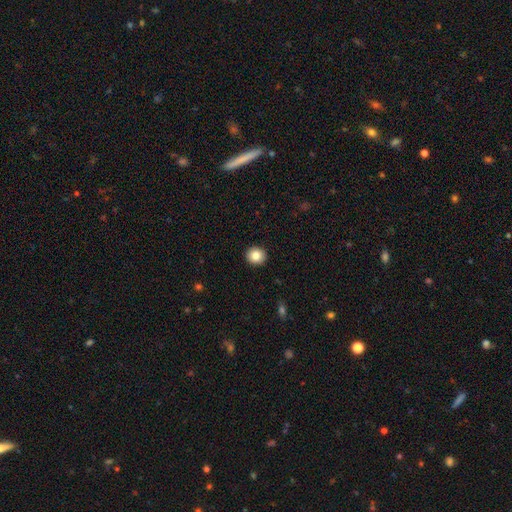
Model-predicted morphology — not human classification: smooth 84%, star or artifact 9%, featured or disk 7%. Down the decision tree: how rounded — round (88%); merging — none (93%).